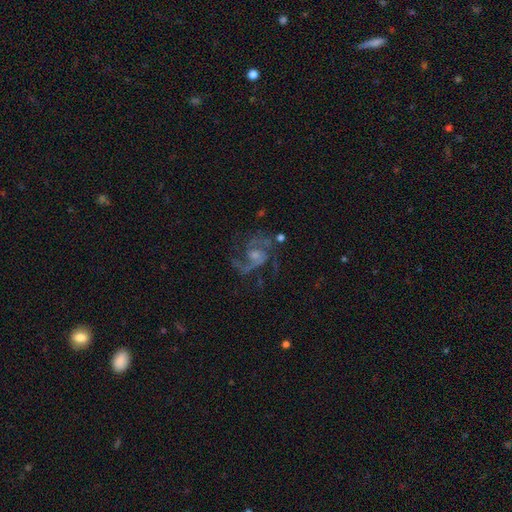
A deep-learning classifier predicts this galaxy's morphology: Smooth or featured: featured or disk — 86% (star or artifact — 9%)
Edge-on disk: no — 98% (yes — 2%)
Bar: no — 54% (weak — 37%)
Spiral arms: yes — 97% (no — 3%)
Spiral winding: medium — 57% (loose — 26%)
Spiral arm count: 2 — 82% (3 — 6%)
Bulge size: small — 49% (moderate — 36%)
Merging: none — 68% (minor disturbance — 15%)